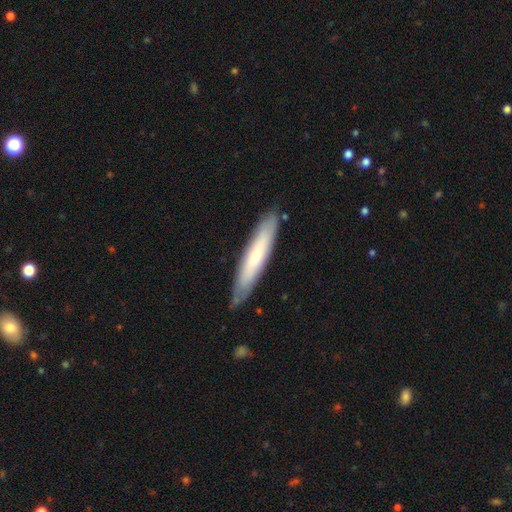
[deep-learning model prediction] smooth_or_featured: smooth (p=0.59) [alt: featured or disk p=0.35]
how_rounded: cigar-shaped (p=0.88) [alt: in between p=0.11]
merging: none (p=0.83) [alt: minor disturbance p=0.13]